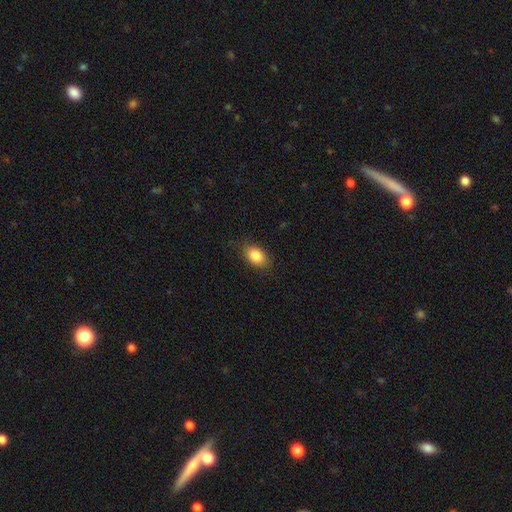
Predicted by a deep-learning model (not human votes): Smooth or featured? smooth (86%)
How rounded? in between (83%)
Merging? none (82%)